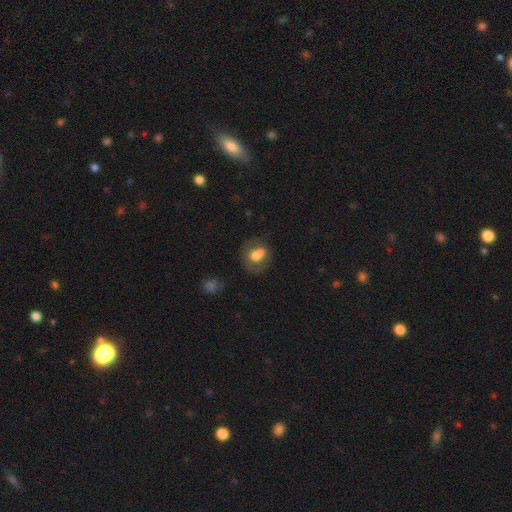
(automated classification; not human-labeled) Smooth or featured? Predicted: smooth (p=0.57). How rounded? Predicted: round (p=0.63). Merging? Predicted: merger (p=0.40).